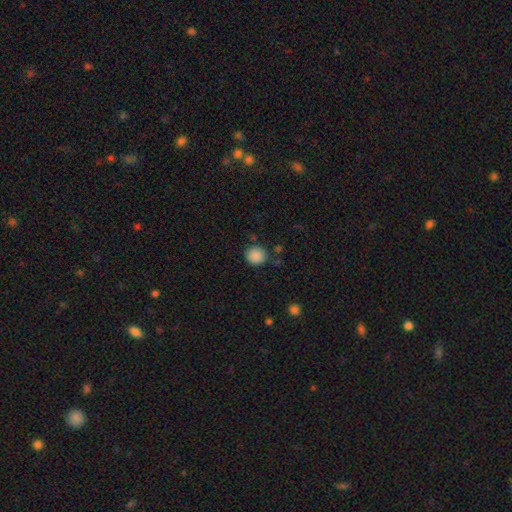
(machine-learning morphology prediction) Q: Smooth or featured?
A: smooth (87%); runner-up: star or artifact (10%)
Q: How rounded?
A: round (87%); runner-up: in between (12%)
Q: Merging?
A: none (82%); runner-up: minor disturbance (11%)